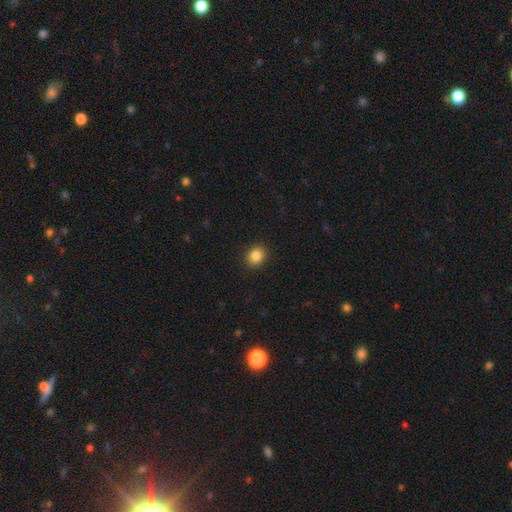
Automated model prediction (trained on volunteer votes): A smooth galaxy with no disk features (86%) that is round (61%). Merging: none (91%).